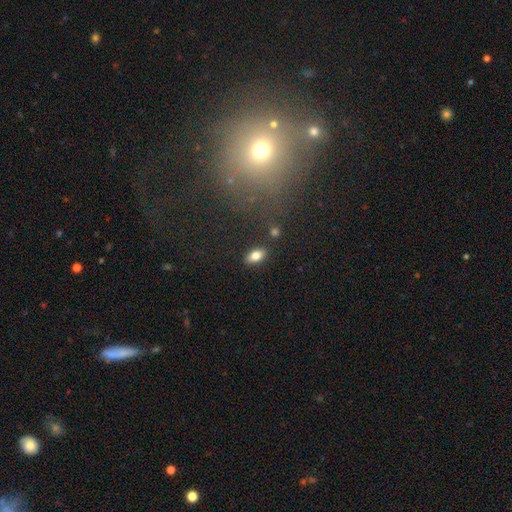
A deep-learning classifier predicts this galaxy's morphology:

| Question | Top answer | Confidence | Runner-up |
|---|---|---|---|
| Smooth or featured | smooth | 78% | featured or disk (13%) |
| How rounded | in between | 88% | round (6%) |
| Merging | none | 86% | minor disturbance (9%) |